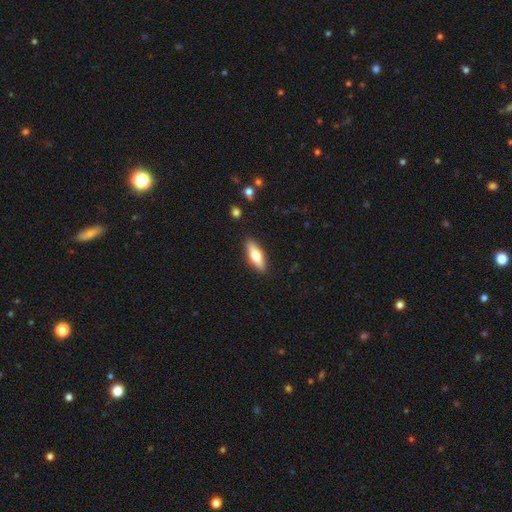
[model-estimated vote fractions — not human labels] A smooth galaxy with no disk features (58%) that is in between round and cigar-shaped (51%). Merging: none (89%).